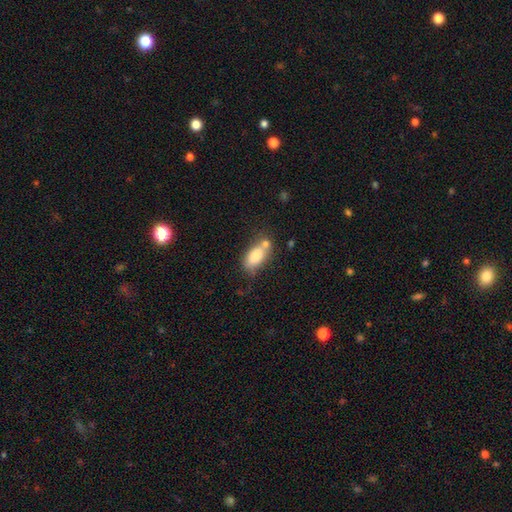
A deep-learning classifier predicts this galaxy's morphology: The model was most divided on "merging": none: 47%, merger: 31%, minor disturbance: 17%, major disturbance: 6%. More confident: how rounded — in between (87%); smooth or featured — smooth (78%).